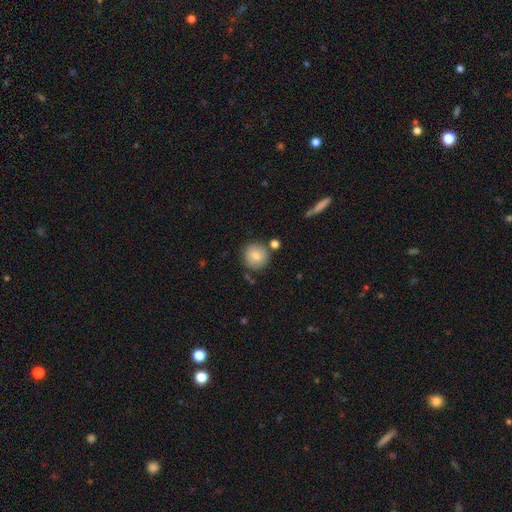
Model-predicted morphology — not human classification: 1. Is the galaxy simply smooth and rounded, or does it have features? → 83% smooth, 9% featured or disk, 8% star or artifact.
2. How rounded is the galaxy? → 91% round, 8% in between, 1% cigar-shaped.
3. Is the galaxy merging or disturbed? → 77% none, 11% minor disturbance, 8% merger, 3% major disturbance.